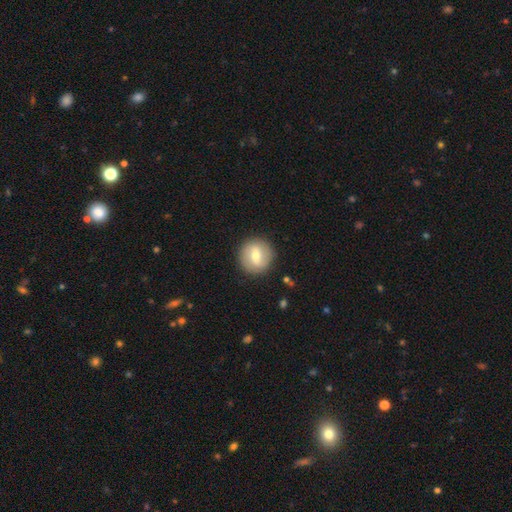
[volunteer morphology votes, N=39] smooth-or-featured: smooth: 51% | featured or disk: 44% | star or artifact: 5%
  how-rounded: round: 90% | in between: 5% | cigar-shaped: 5%
  merging: none: 84% | minor disturbance: 11% | major disturbance: 5% | merger: 0%